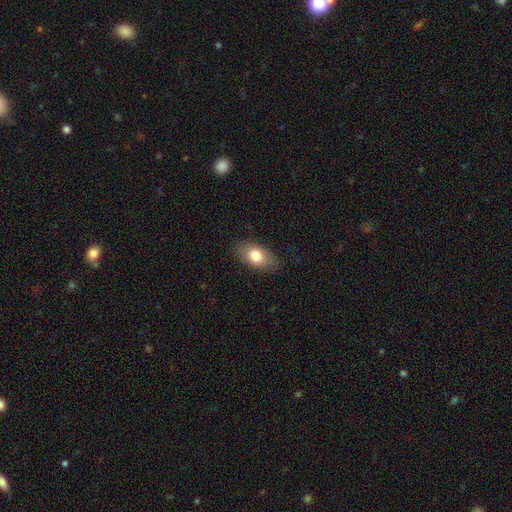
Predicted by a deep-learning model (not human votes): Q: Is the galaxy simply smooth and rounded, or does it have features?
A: smooth — 78%.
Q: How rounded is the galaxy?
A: in between — 89%.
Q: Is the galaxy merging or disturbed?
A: none — 83%.